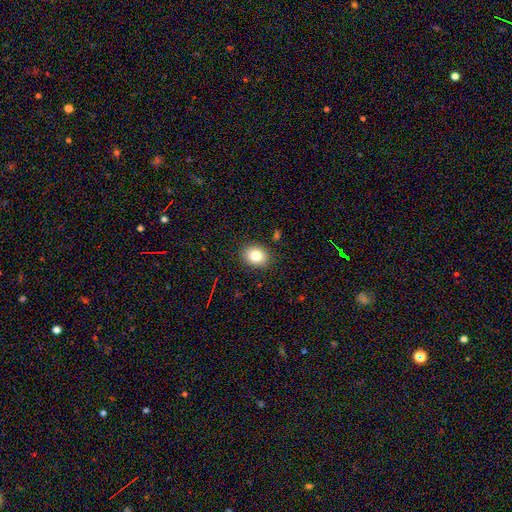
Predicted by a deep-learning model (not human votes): Morphology: type=smooth (81%); roundness=in between (54%); merging=none (88%).